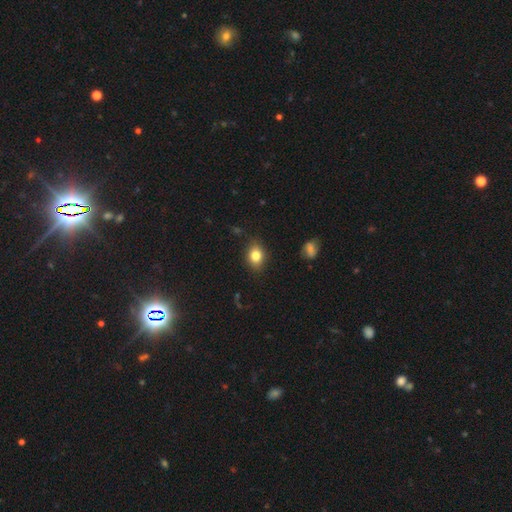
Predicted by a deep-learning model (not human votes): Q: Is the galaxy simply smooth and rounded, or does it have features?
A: smooth — 82%.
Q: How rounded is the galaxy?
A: in between — 63%.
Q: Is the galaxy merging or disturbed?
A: none — 84%.